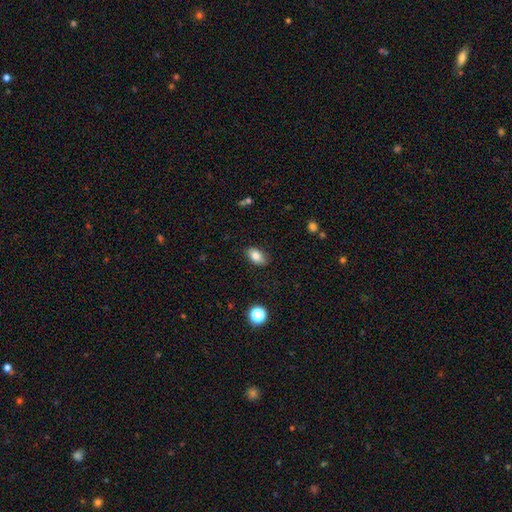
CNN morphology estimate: This appears to be a smooth galaxy with no disk features (82%) that is in between round and cigar-shaped (88%). Merging: none (84%).